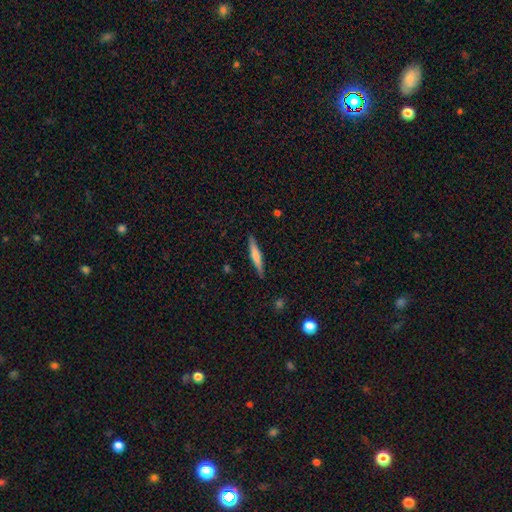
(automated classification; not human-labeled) A smooth galaxy with no disk features (54%) that is cigar-shaped (92%).

Vote fractions:
- Smooth or featured? smooth: 54% / featured or disk: 41% / star or artifact: 6%
- How rounded? cigar-shaped: 92% / in between: 6% / round: 1%
- Merging? none: 90% / minor disturbance: 7% / major disturbance: 2% / merger: 1%